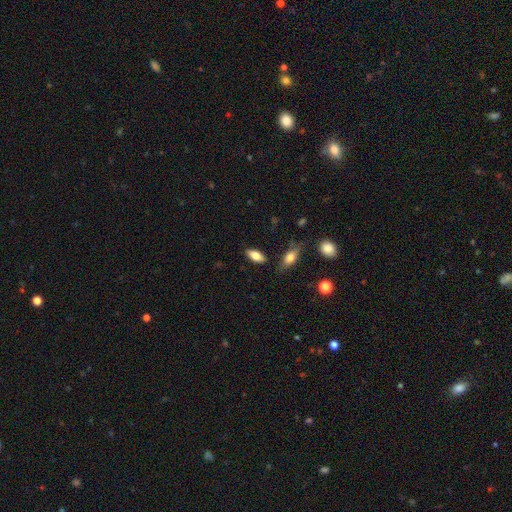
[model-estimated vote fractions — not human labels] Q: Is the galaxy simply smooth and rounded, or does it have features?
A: smooth — 78%.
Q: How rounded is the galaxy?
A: in between — 86%.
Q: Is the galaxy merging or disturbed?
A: none — 83%.